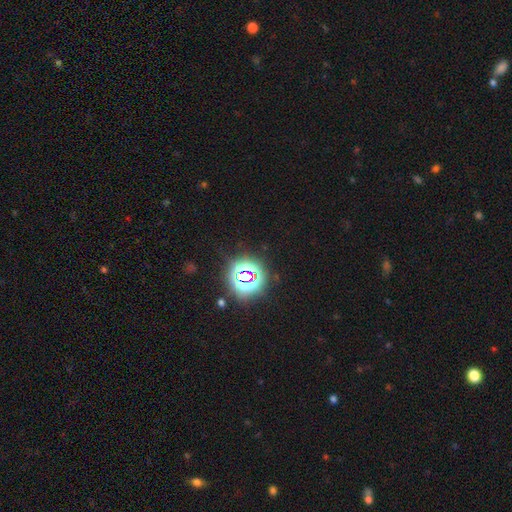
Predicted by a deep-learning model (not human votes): This is likely a star or artifact rather than a galaxy (79%).